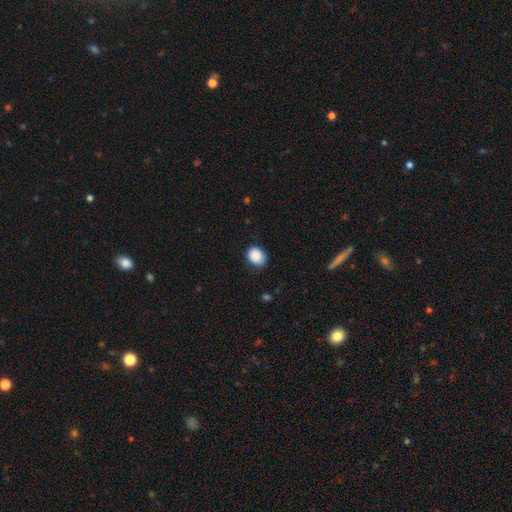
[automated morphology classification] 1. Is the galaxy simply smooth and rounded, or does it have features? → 89% smooth, 8% star or artifact, 3% featured or disk.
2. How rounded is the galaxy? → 54% in between, 45% round, 1% cigar-shaped.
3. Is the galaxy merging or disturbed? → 78% none, 18% minor disturbance, 3% major disturbance, 1% merger.